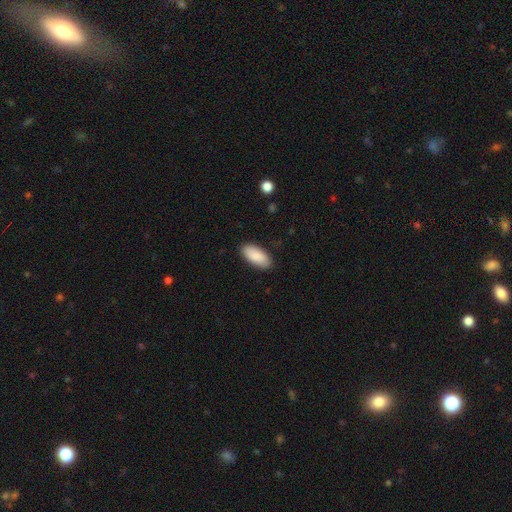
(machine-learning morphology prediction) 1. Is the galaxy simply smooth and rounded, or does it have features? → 89% smooth, 6% featured or disk, 6% star or artifact.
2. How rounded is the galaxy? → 90% in between, 8% cigar-shaped, 2% round.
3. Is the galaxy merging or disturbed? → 88% none, 9% minor disturbance, 2% major disturbance, 1% merger.